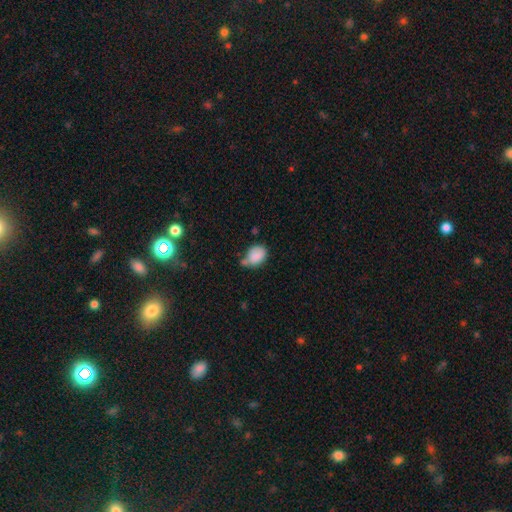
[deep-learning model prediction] Q: Smooth or featured?
A: smooth (84%); runner-up: star or artifact (8%)
Q: How rounded?
A: in between (60%); runner-up: round (39%)
Q: Merging?
A: none (45%); runner-up: minor disturbance (28%)